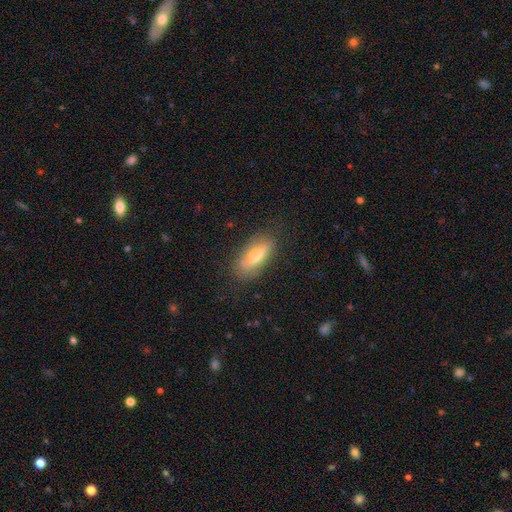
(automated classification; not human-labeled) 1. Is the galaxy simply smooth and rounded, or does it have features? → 59% smooth, 33% featured or disk, 8% star or artifact.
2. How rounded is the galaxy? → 73% in between, 24% cigar-shaped, 3% round.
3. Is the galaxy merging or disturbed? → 77% none, 17% minor disturbance, 5% major disturbance, 2% merger.